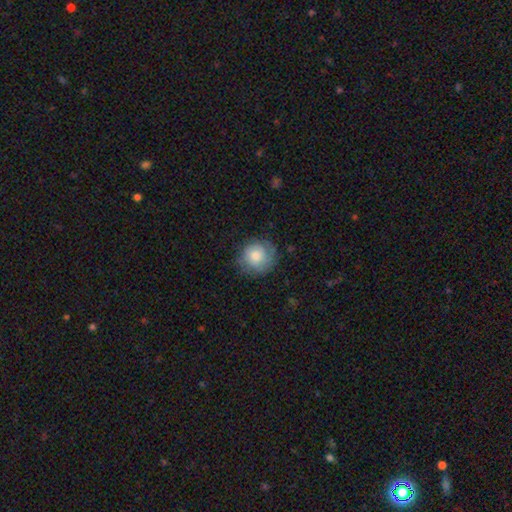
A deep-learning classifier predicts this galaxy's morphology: type=smooth (71%); roundness=round (90%); merging=none (75%).